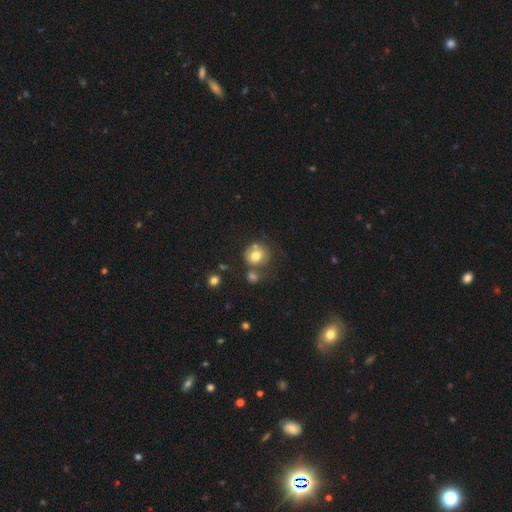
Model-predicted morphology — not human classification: type=smooth (75%); roundness=round (81%); merging=none (54%).